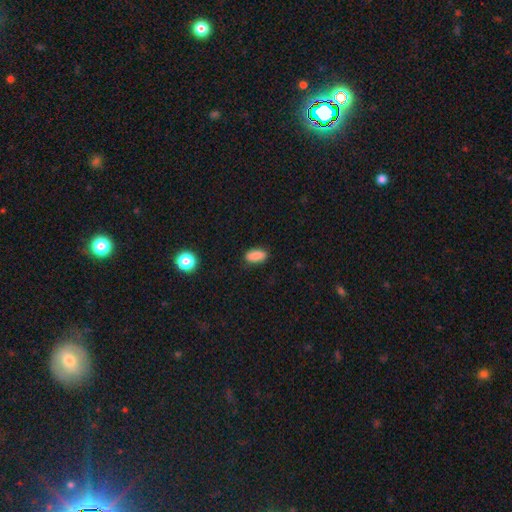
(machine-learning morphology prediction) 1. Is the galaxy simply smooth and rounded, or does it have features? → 87% smooth, 9% star or artifact, 4% featured or disk.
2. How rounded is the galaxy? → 88% in between, 8% cigar-shaped, 4% round.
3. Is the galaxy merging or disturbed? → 85% none, 11% minor disturbance, 3% major disturbance, 1% merger.